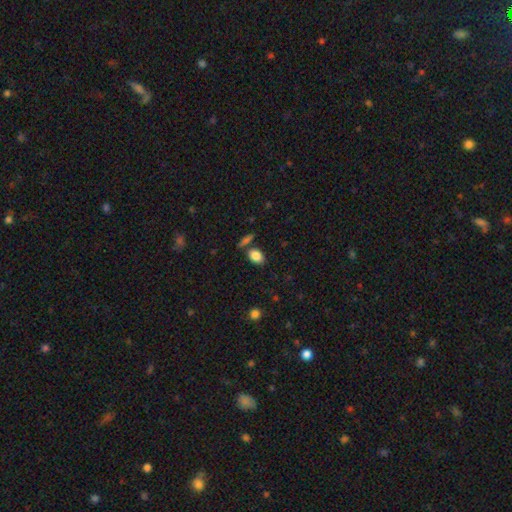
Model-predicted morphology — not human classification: A smooth galaxy with no disk features (85%) that is in between round and cigar-shaped (79%).

Vote fractions:
- Smooth or featured? smooth: 85% / star or artifact: 9% / featured or disk: 6%
- How rounded? in between: 79% / round: 19% / cigar-shaped: 2%
- Merging? none: 72% / merger: 12% / minor disturbance: 12% / major disturbance: 4%